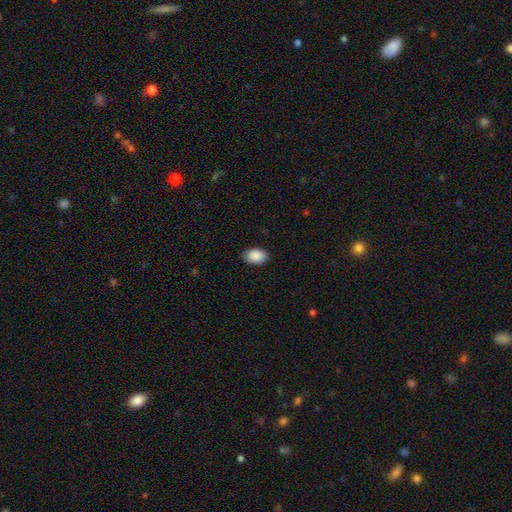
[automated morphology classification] smooth 91%, star or artifact 6%, featured or disk 3%. Down the decision tree: how rounded — in between (91%); merging — none (87%).